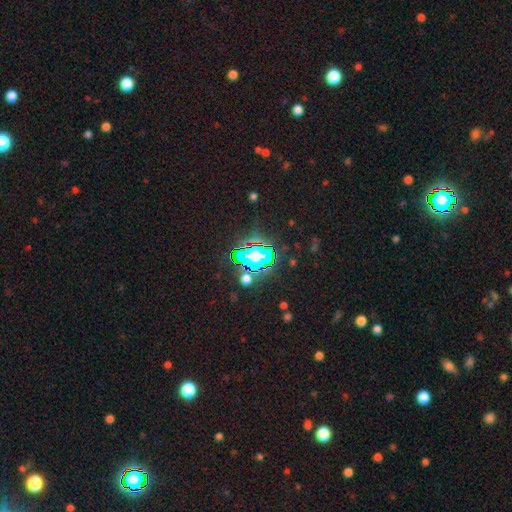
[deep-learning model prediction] smooth_or_featured: star or artifact (p=0.58) [alt: smooth p=0.27]